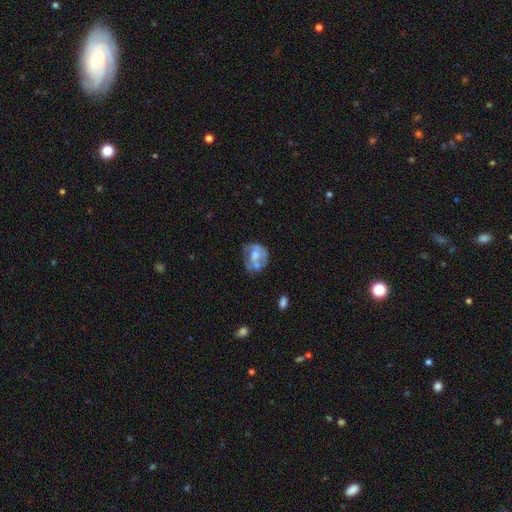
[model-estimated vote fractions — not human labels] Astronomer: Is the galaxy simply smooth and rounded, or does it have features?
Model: featured or disk — 49% (runner-up: smooth, 42%).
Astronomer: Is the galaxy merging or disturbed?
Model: none — 41% (runner-up: minor disturbance, 25%).